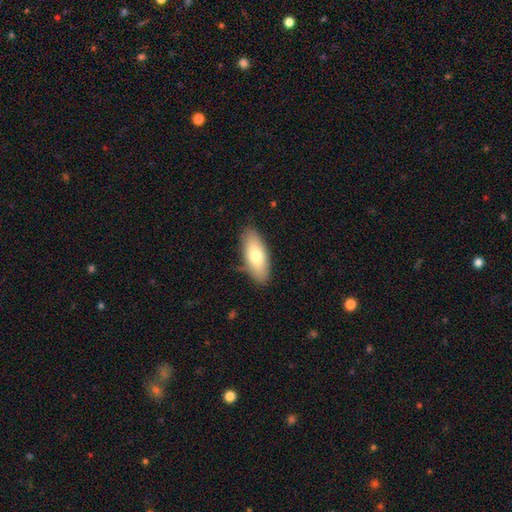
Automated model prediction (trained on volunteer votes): Smooth or featured: smooth — 75% (featured or disk — 19%)
How rounded: in between — 80% (cigar-shaped — 18%)
Merging: none — 80% (minor disturbance — 15%)